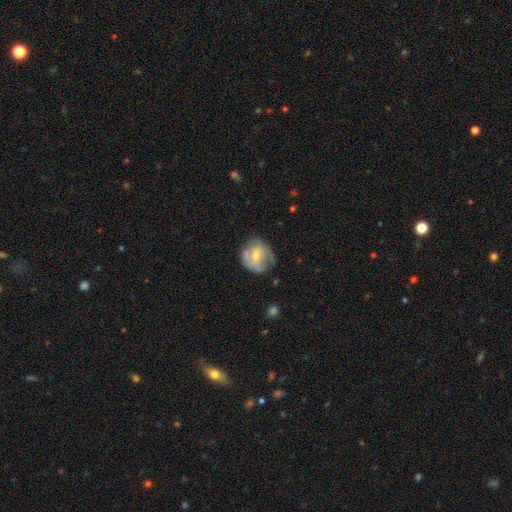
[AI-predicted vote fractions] Overall: featured or disk (53%; smooth 40%). Edge-on disk: no (97%). Bar: no (48%; weak 40%). Spiral arms: yes (55%; no 45%). Bulge size: small (49%; moderate 45%). Merging: none (56%; minor disturbance 27%).